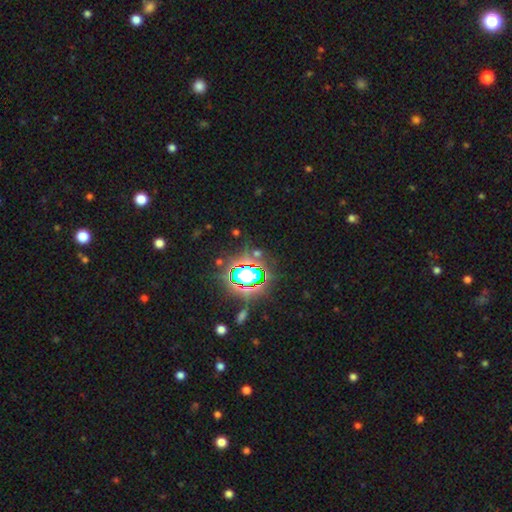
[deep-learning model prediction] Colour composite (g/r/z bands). It shows a star or artifact, not a galaxy (76%).